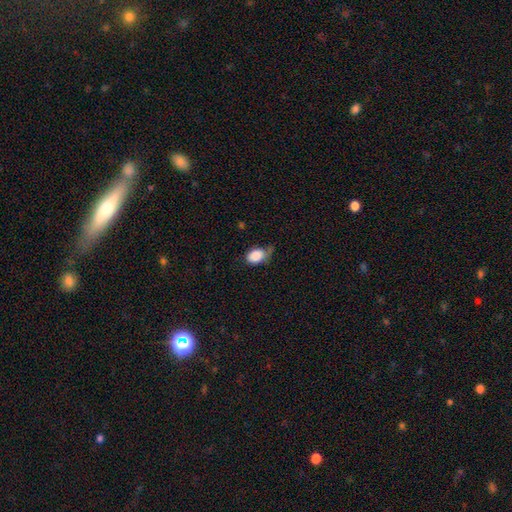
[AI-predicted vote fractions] This is clearly a smooth galaxy (86%). How rounded: likely in between (79%). Merging: marginally none (43%).